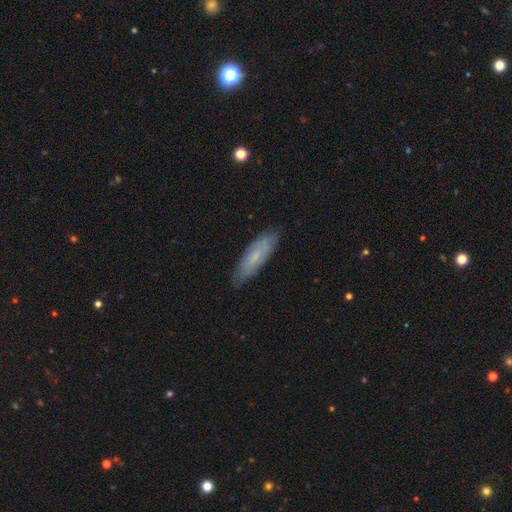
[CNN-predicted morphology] smooth-or-featured: smooth: 55% | featured or disk: 38% | star or artifact: 7%
  how-rounded: cigar-shaped: 53% | in between: 46% | round: 2%
  merging: none: 83% | minor disturbance: 14% | major disturbance: 2% | merger: 1%